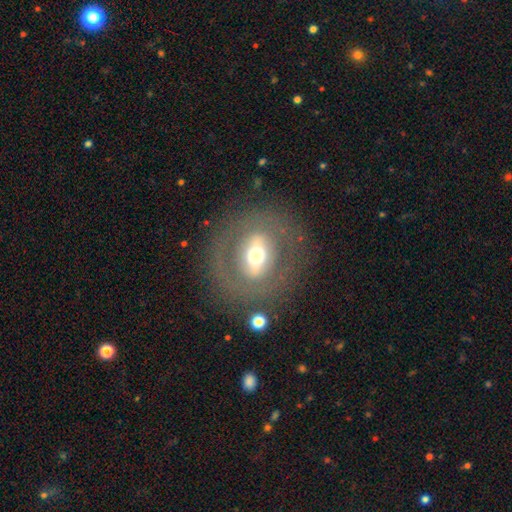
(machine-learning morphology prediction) Overall: featured or disk (61%; smooth 31%). Edge-on disk: no (89%). Bar: strong (43%; weak 30%). Spiral arms: no (82%). Bulge size: moderate (66%). Merging: none (79%).